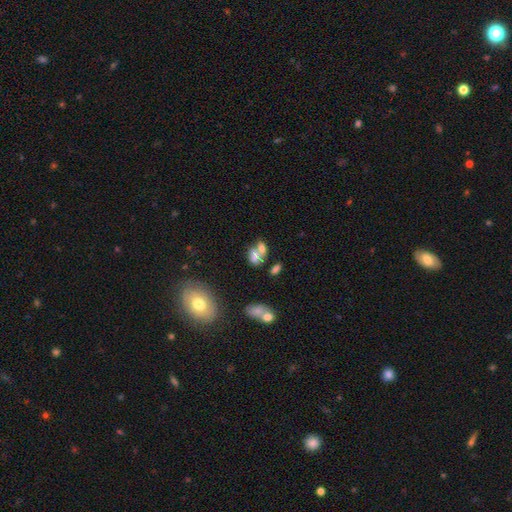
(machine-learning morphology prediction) smooth-or-featured: smooth: 63% | featured or disk: 24% | star or artifact: 13%
  how-rounded: in between: 74% | round: 23% | cigar-shaped: 3%
  merging: merger: 56% | none: 27% | minor disturbance: 10% | major disturbance: 7%